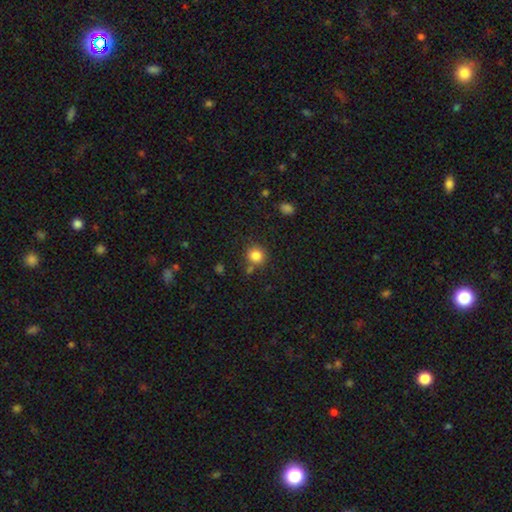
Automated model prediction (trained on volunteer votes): A smooth galaxy with no disk features (84%) that is round (88%). Merging: none (77%).